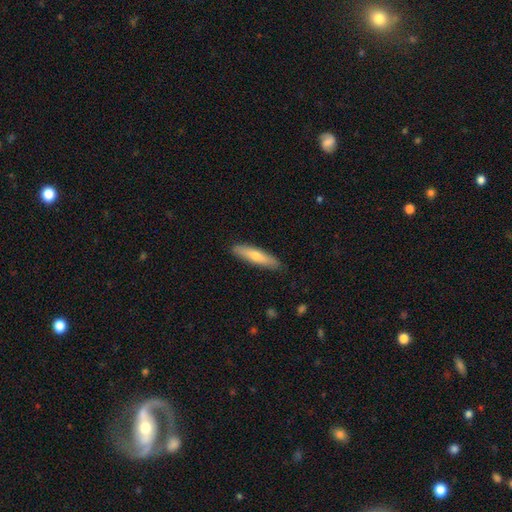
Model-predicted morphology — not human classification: Overall: smooth (63%; featured or disk 32%). How rounded: cigar-shaped (84%). Merging: none (89%).